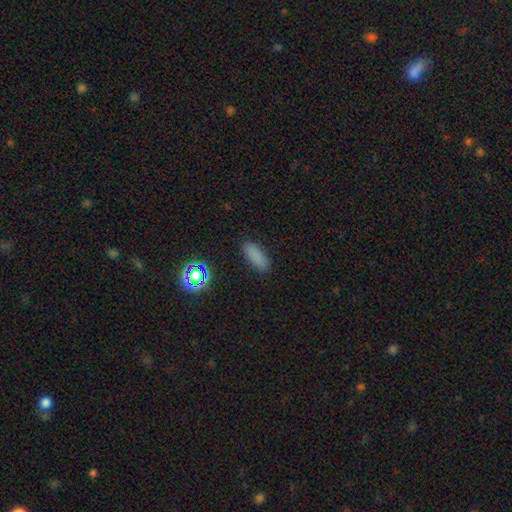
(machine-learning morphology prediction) A smooth galaxy with no disk features (81%) that is in between round and cigar-shaped (68%).

Vote fractions:
- Smooth or featured? smooth: 81% / star or artifact: 13% / featured or disk: 5%
- How rounded? in between: 68% / cigar-shaped: 29% / round: 3%
- Merging? none: 87% / minor disturbance: 9% / major disturbance: 3% / merger: 1%